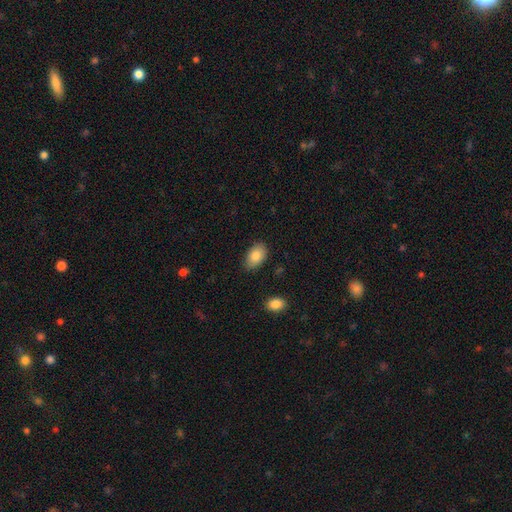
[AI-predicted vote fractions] Morphology: type=smooth (83%); roundness=in between (92%); merging=none (80%).